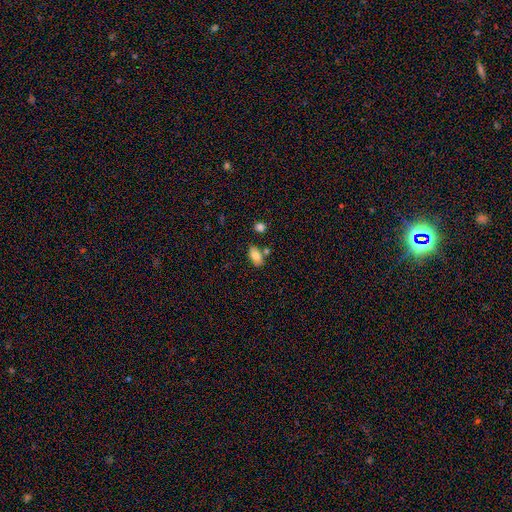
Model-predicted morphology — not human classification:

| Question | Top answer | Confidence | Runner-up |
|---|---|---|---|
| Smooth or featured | smooth | 80% | featured or disk (13%) |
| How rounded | in between | 92% | round (4%) |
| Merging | none | 76% | minor disturbance (12%) |